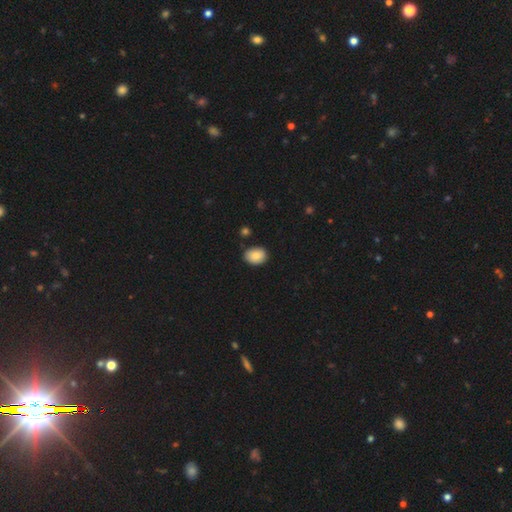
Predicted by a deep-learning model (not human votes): smooth 87%, star or artifact 8%, featured or disk 5%. Down the decision tree: how rounded — in between (68%); merging — none (82%).